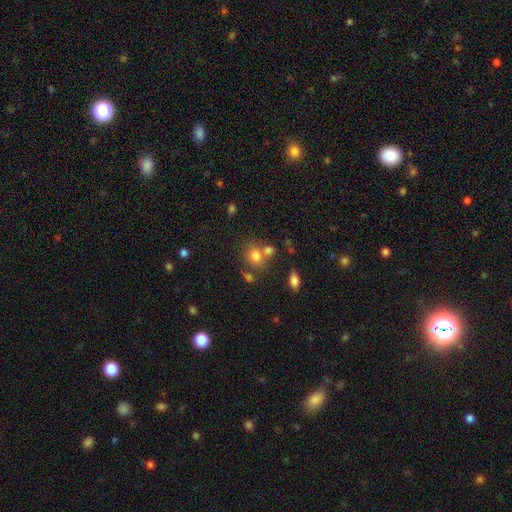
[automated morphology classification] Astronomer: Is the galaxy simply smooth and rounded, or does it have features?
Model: smooth — 76%.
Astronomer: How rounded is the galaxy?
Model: round — 71%.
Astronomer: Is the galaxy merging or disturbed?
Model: none — 55%.